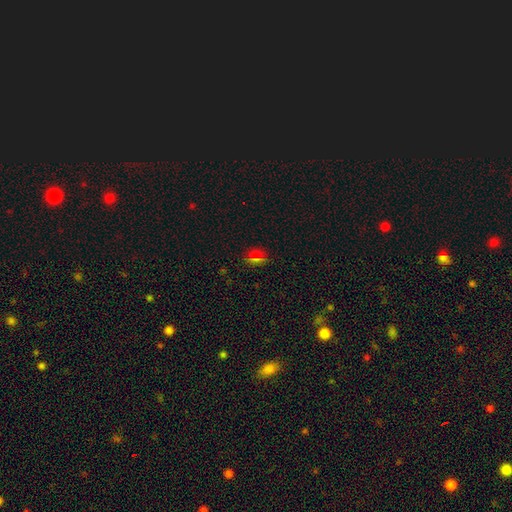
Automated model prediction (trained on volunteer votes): smooth-or-featured: smooth: 58% | star or artifact: 35% | featured or disk: 8%
  how-rounded: round: 60% | in between: 36% | cigar-shaped: 5%
  merging: none: 83% | minor disturbance: 10% | major disturbance: 4% | merger: 2%